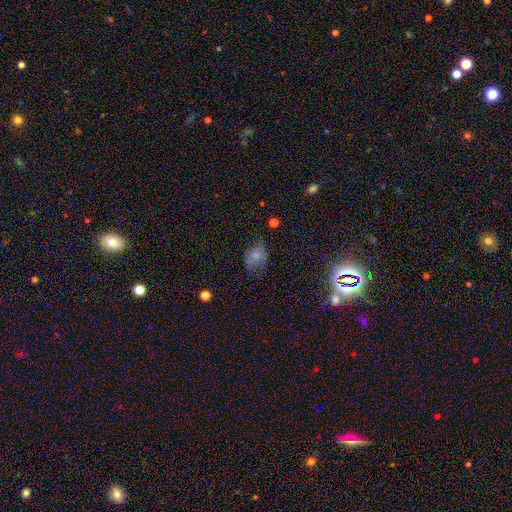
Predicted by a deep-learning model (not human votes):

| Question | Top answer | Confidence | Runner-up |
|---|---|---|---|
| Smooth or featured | smooth | 62% | featured or disk (25%) |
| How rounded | in between | 74% | round (24%) |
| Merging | none | 46% | minor disturbance (31%) |